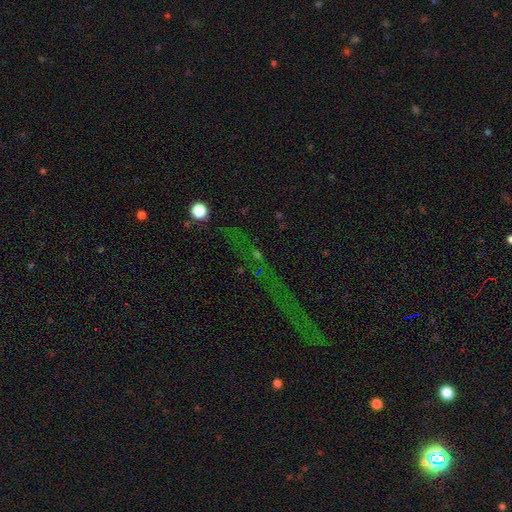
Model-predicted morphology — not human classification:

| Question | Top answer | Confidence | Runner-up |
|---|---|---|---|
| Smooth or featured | star or artifact | 76% | smooth (13%) |